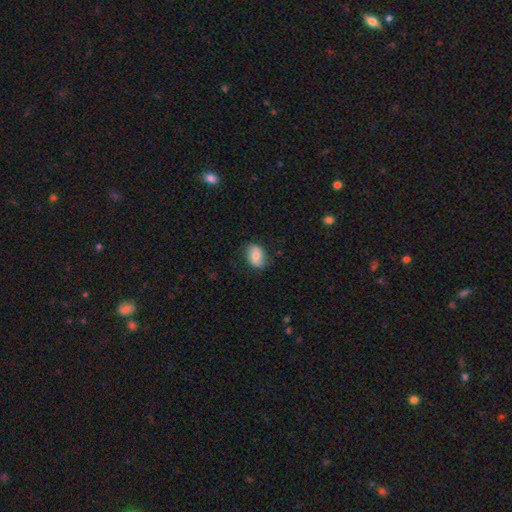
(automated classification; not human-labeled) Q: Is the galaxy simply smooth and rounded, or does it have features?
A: smooth — 66%.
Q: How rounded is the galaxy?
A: in between — 77%.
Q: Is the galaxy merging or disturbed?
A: none — 77%.